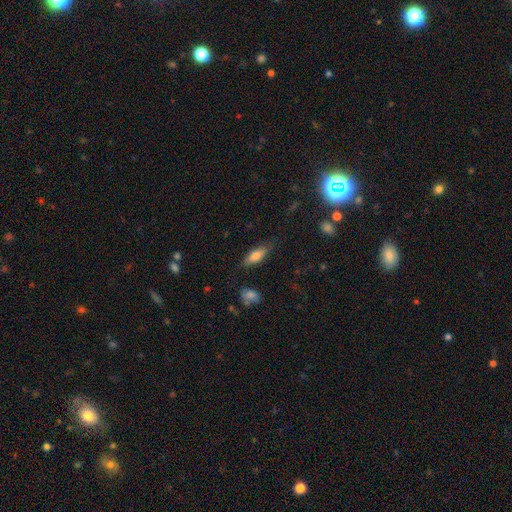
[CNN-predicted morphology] This appears to be a smooth galaxy with no disk features (74%) that is in between round and cigar-shaped (63%). Merging: none (75%).